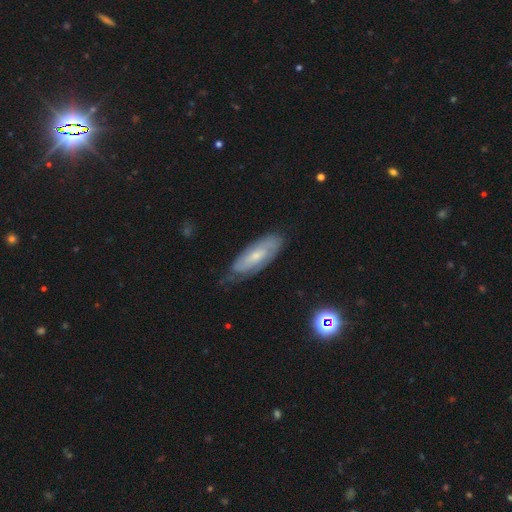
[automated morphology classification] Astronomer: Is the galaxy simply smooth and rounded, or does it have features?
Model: featured or disk — 59%.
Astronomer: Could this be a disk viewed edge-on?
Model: no — 83%.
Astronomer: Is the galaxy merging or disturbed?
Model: none — 67%.